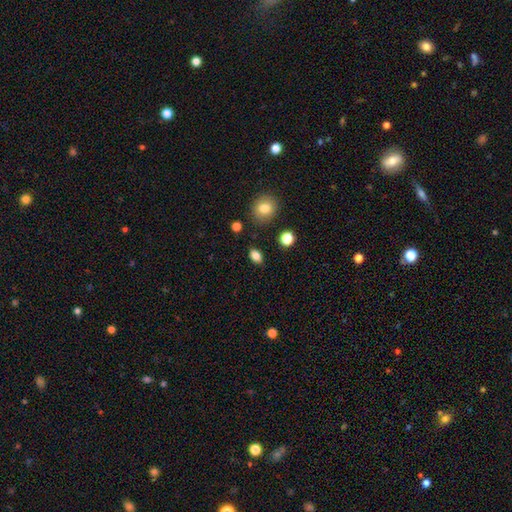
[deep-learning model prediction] A smooth galaxy with no disk features (84%) that is in between round and cigar-shaped (80%). Merging: none (86%).